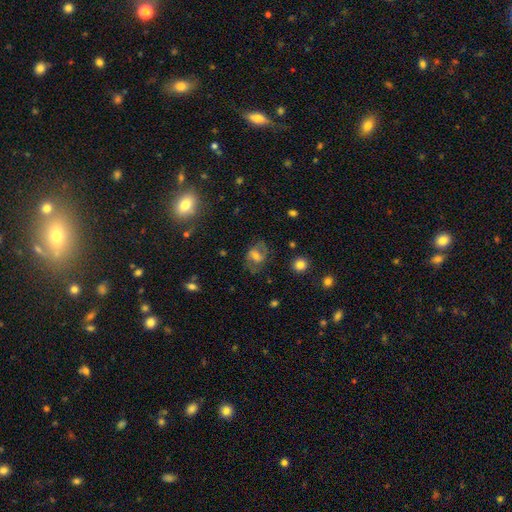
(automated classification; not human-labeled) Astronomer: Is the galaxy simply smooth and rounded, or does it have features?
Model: smooth — 45% (runner-up: featured or disk, 44%).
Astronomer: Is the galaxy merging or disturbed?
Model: none — 63%.